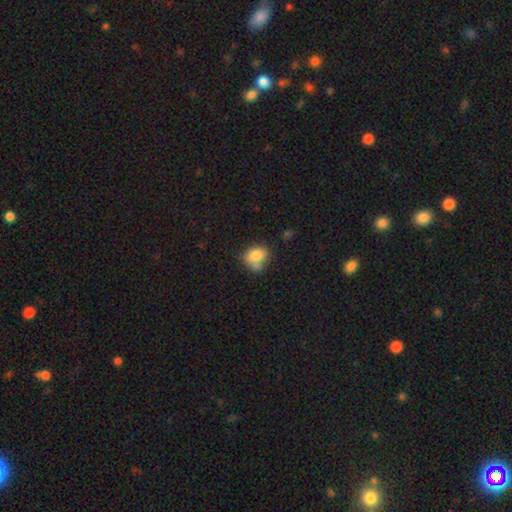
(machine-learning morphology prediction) Q: Smooth or featured?
A: smooth (81%); runner-up: featured or disk (10%)
Q: How rounded?
A: in between (61%); runner-up: round (38%)
Q: Merging?
A: none (45%); runner-up: merger (26%)